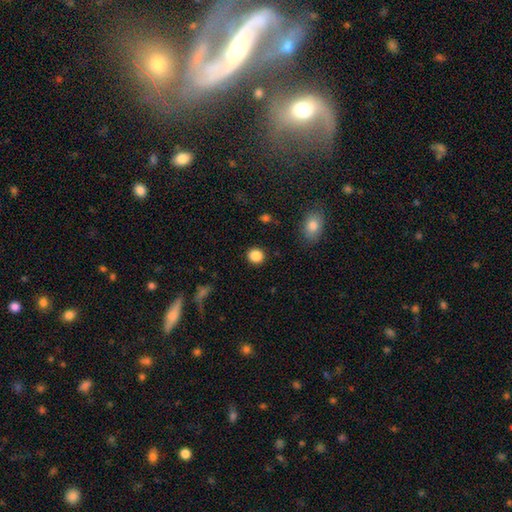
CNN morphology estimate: smooth-or-featured: smooth: 87% | star or artifact: 10% | featured or disk: 3%
  how-rounded: round: 82% | in between: 17% | cigar-shaped: 1%
  merging: none: 89% | minor disturbance: 7% | major disturbance: 2% | merger: 1%